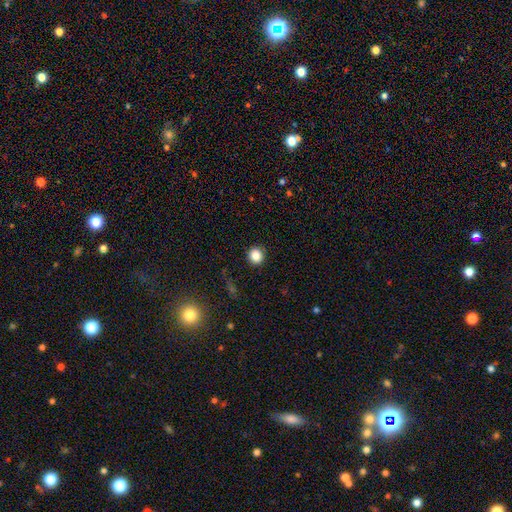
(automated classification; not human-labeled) Smooth or featured? Predicted: smooth (p=0.85). How rounded? Predicted: round (p=0.88). Merging? Predicted: none (p=0.91).